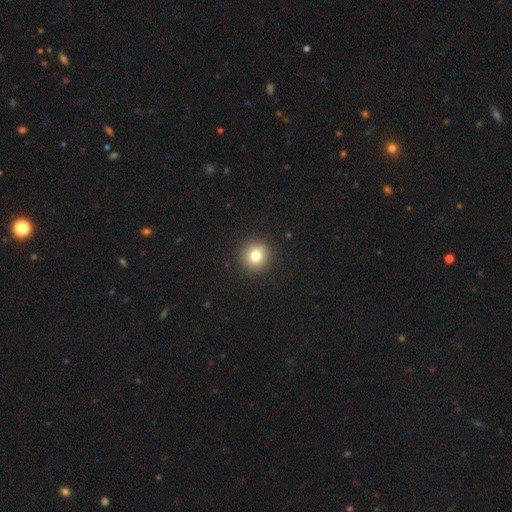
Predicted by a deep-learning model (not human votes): Smooth or featured? Predicted: smooth (p=0.78). How rounded? Predicted: round (p=0.92). Merging? Predicted: none (p=0.92).